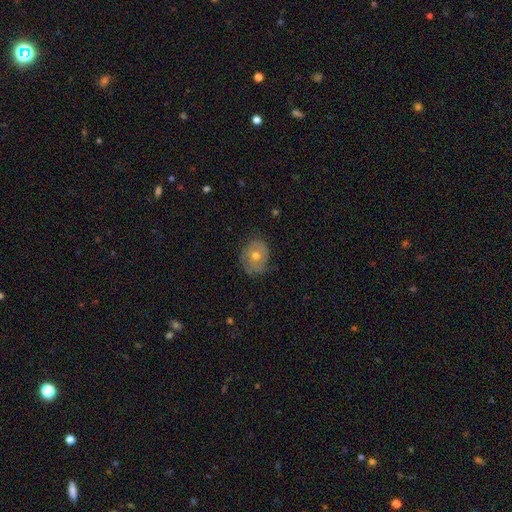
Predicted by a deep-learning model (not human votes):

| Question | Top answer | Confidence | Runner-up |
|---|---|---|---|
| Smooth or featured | featured or disk | 52% | smooth (39%) |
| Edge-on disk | no | 95% | yes (5%) |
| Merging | none | 74% | minor disturbance (20%) |